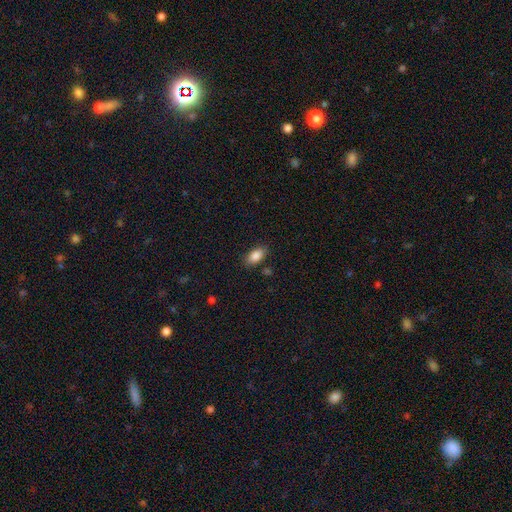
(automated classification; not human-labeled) Smooth or featured? smooth (87%)
How rounded? in between (91%)
Merging? none (85%)